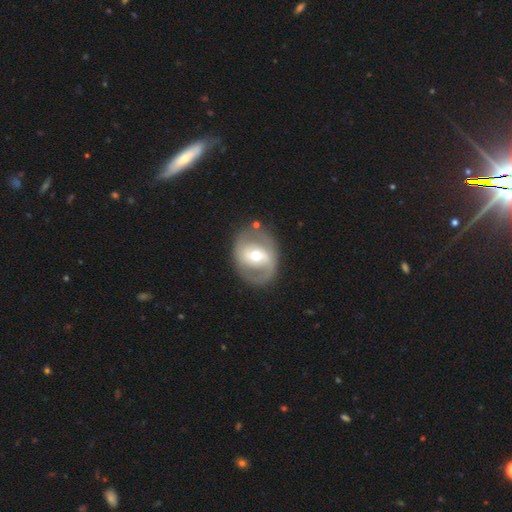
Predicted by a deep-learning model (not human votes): Overall: featured or disk (71%). Edge-on disk: no (96%). Bar: weak (36%; no 34%). Spiral arms: yes (62%; no 38%). Bulge size: moderate (65%; small 26%). Merging: none (76%).